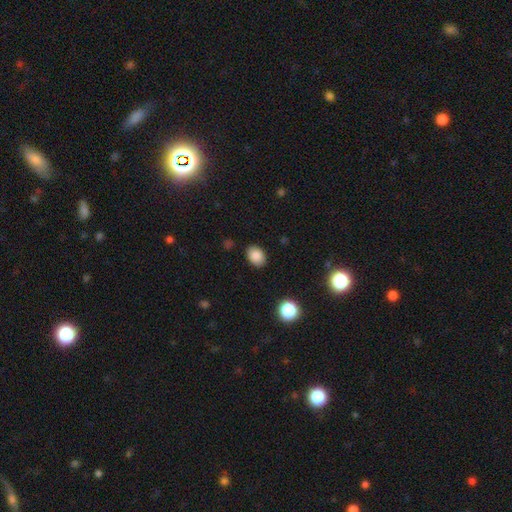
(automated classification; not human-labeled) Morphology: type=smooth (86%); roundness=in between (72%); merging=none (86%).